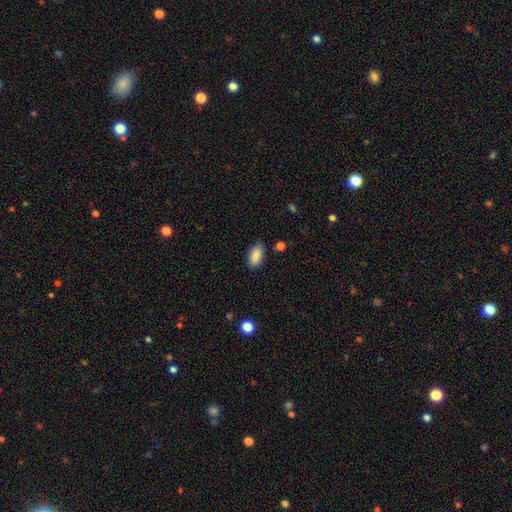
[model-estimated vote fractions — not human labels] The model was most divided on "merging": none: 83%, minor disturbance: 12%, major disturbance: 3%, merger: 2%. More confident: how rounded — in between (90%); smooth or featured — smooth (87%).